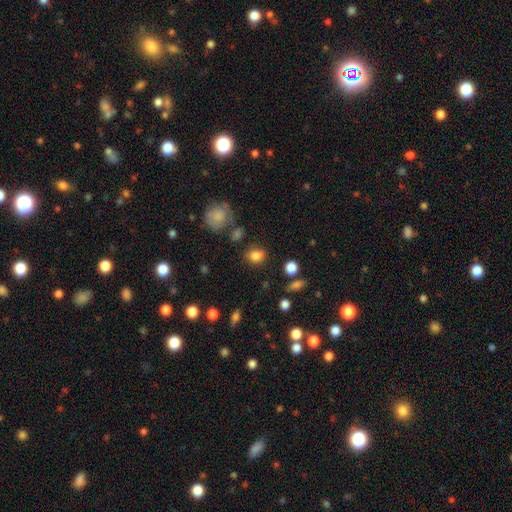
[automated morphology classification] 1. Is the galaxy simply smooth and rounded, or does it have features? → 82% smooth, 12% star or artifact, 6% featured or disk.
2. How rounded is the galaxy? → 53% in between, 45% round, 2% cigar-shaped.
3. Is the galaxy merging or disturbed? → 74% none, 15% minor disturbance, 6% merger, 5% major disturbance.